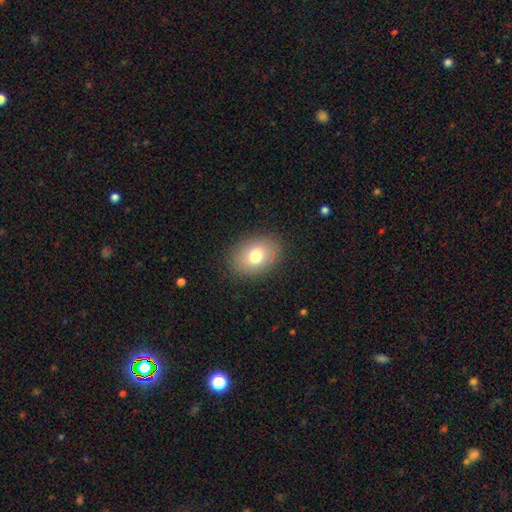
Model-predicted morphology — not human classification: Smooth or featured? Predicted: smooth (p=0.76). How rounded? Predicted: in between (p=0.68). Merging? Predicted: none (p=0.87).